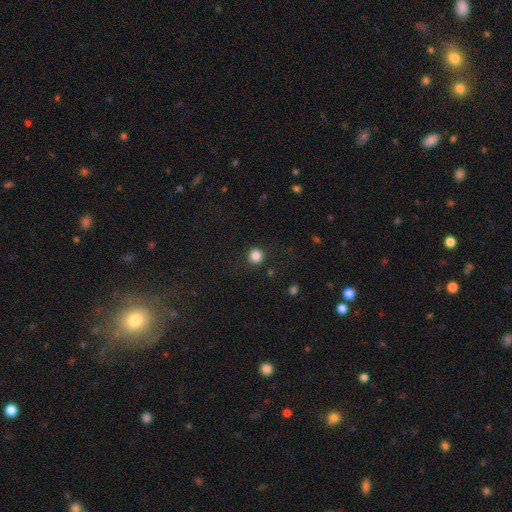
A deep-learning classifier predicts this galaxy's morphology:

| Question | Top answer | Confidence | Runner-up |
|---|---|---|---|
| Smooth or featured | smooth | 85% | star or artifact (11%) |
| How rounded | round | 93% | in between (6%) |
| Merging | none | 89% | minor disturbance (7%) |